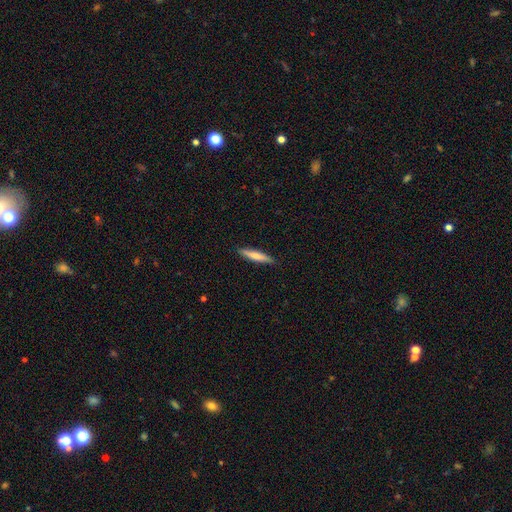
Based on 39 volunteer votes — Smooth or featured?
  - smooth: 69% *
  - featured or disk: 28%
  - star or artifact: 3%
How rounded?
  - cigar-shaped: 89% *
  - in between: 11%
  - round: 0%
Merging?
  - none: 95% *
  - minor disturbance: 5%
  - major disturbance: 0%
  - merger: 0%